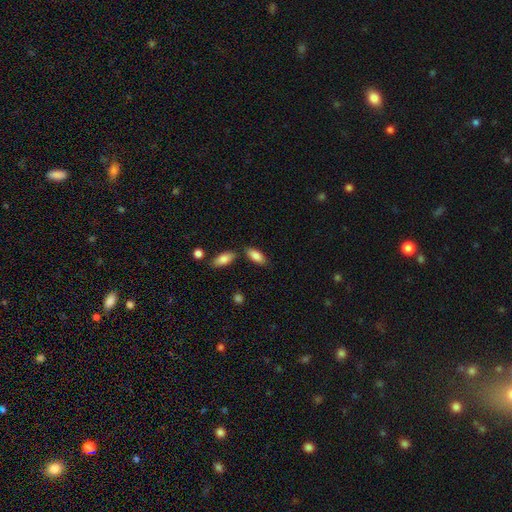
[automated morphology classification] A smooth galaxy with no disk features (85%) that is in between round and cigar-shaped (84%). Merging: none (74%).